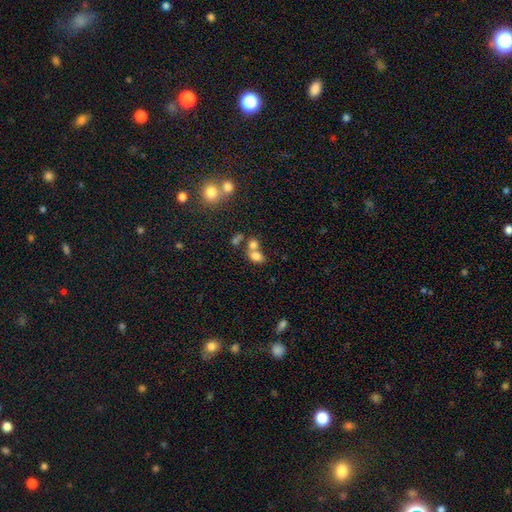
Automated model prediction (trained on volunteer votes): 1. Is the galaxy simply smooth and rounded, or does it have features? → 76% smooth, 12% star or artifact, 11% featured or disk.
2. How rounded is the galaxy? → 73% in between, 25% round, 2% cigar-shaped.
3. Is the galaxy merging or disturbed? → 49% merger, 35% none, 10% minor disturbance, 6% major disturbance.